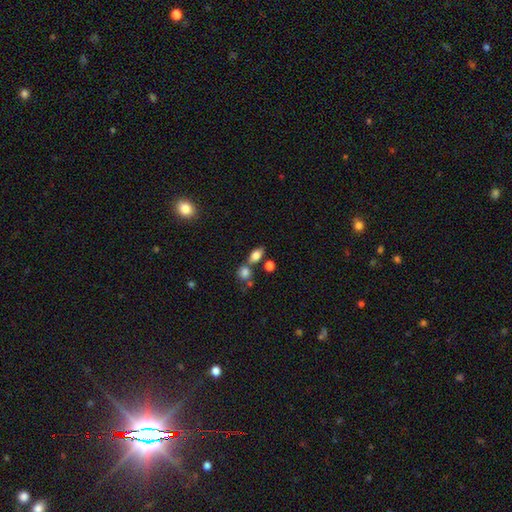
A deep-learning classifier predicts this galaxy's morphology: Smooth or featured? smooth (77%)
How rounded? in between (80%)
Merging? none (60%)